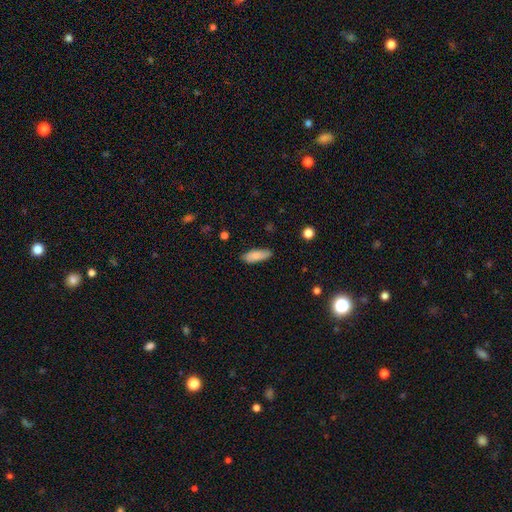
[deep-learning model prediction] A smooth galaxy with no disk features (83%) that is in between round and cigar-shaped (72%).

Vote fractions:
- Smooth or featured? smooth: 83% / featured or disk: 10% / star or artifact: 6%
- How rounded? in between: 72% / cigar-shaped: 26% / round: 2%
- Merging? none: 82% / minor disturbance: 14% / major disturbance: 2% / merger: 1%